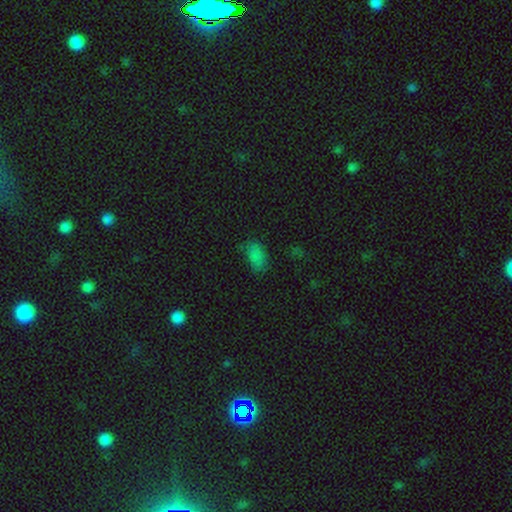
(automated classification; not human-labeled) Smooth or featured? smooth (75%)
How rounded? in between (92%)
Merging? none (62%)